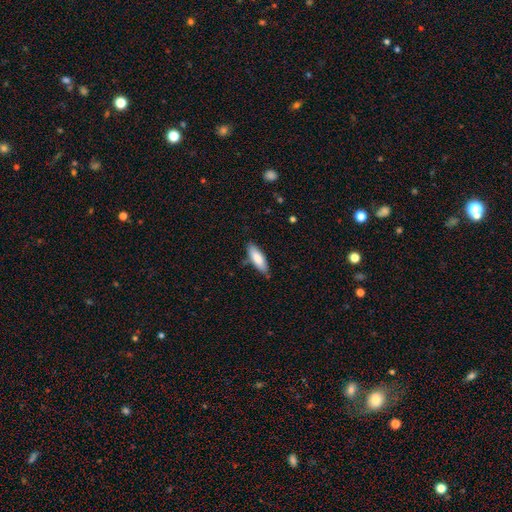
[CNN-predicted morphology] Overall: smooth (81%). How rounded: in between (57%; cigar-shaped 42%). Merging: none (79%).